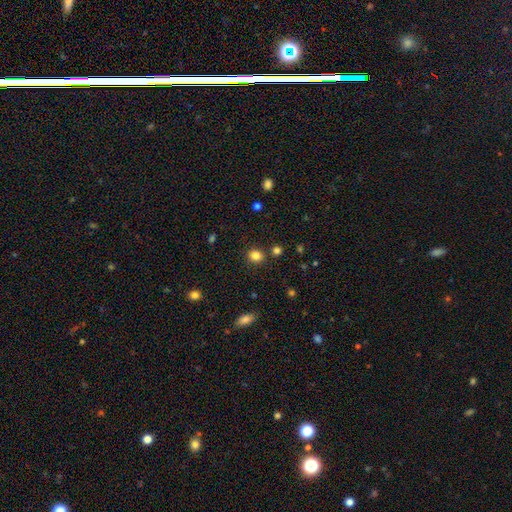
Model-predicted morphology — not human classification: The model was most divided on "how rounded": round: 74%, in between: 25%, cigar-shaped: 1%. More confident: merging — none (83%); smooth or featured — smooth (83%).